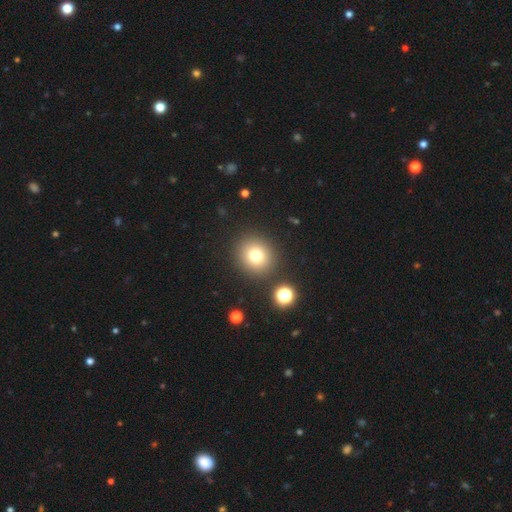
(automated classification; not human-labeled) smooth_or_featured: smooth (p=0.76) [alt: star or artifact p=0.14]
how_rounded: round (p=0.84) [alt: in between p=0.15]
merging: none (p=0.87) [alt: minor disturbance p=0.07]